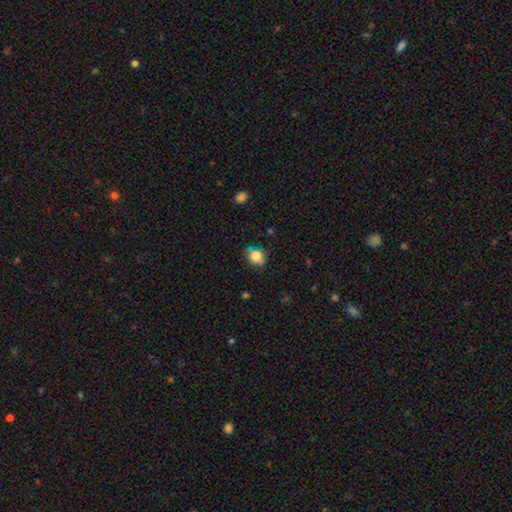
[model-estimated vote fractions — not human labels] Morphology: type=smooth (79%); roundness=round (75%); merging=none (71%).